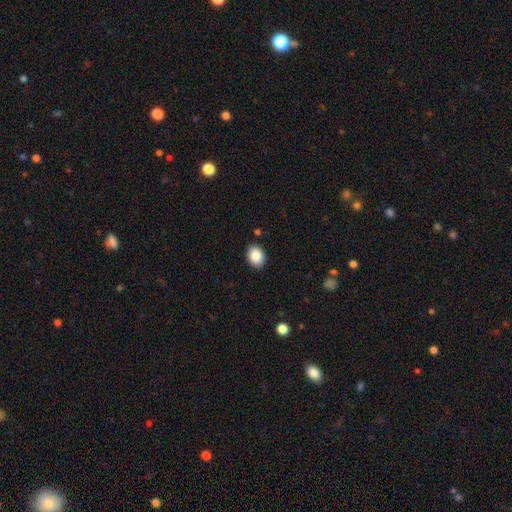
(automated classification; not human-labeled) Smooth or featured? Predicted: smooth (p=0.88). How rounded? Predicted: in between (p=0.67). Merging? Predicted: none (p=0.89).